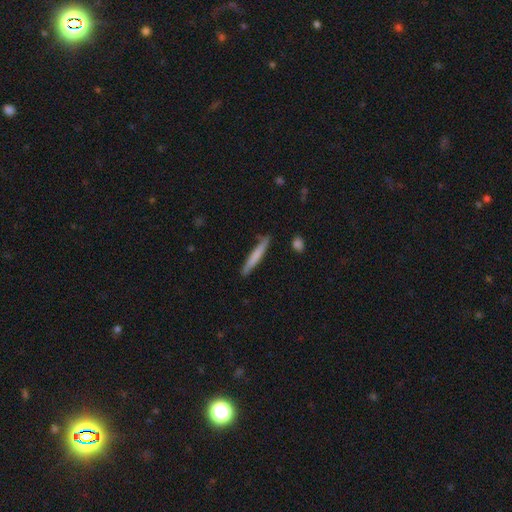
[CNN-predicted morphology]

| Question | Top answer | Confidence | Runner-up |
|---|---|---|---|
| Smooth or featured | smooth | 65% | featured or disk (29%) |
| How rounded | cigar-shaped | 96% | in between (3%) |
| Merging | none | 86% | minor disturbance (10%) |